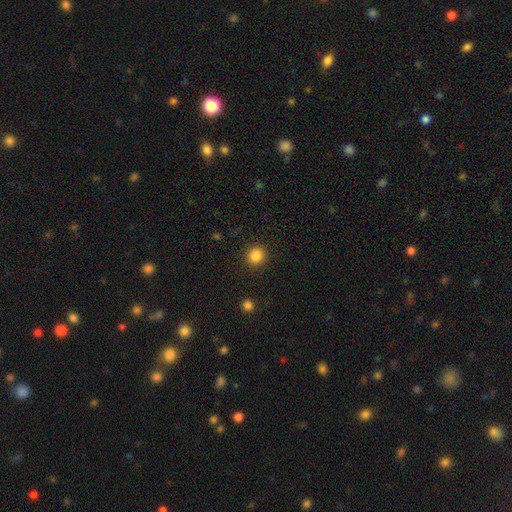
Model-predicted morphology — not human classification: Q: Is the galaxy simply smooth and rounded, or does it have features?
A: smooth — 86%.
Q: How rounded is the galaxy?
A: round — 88%.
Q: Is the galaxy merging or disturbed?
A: none — 91%.